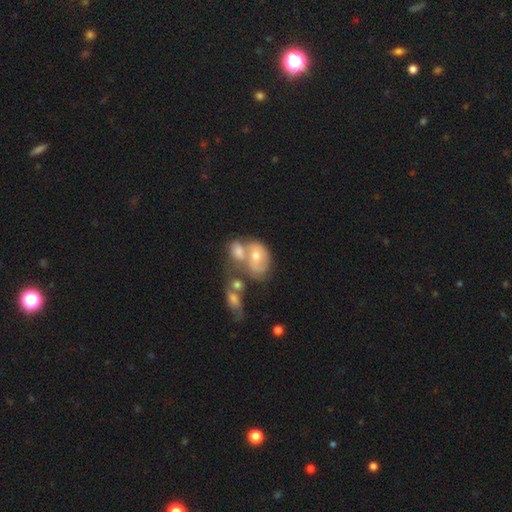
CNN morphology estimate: Smooth or featured?
  - featured or disk: 50% *
  - smooth: 41%
  - star or artifact: 9%
Merging?
  - merger: 60% *
  - none: 20%
  - minor disturbance: 11%
  - major disturbance: 8%